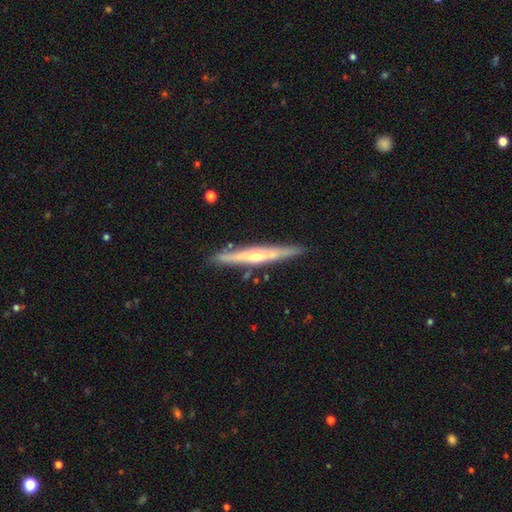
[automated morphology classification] Q: Smooth or featured?
A: featured or disk (66%); runner-up: smooth (28%)
Q: Edge-on disk?
A: yes (95%); runner-up: no (5%)
Q: Edge-on bulge?
A: rounded (64%); runner-up: none (28%)
Q: Merging?
A: none (86%); runner-up: minor disturbance (10%)